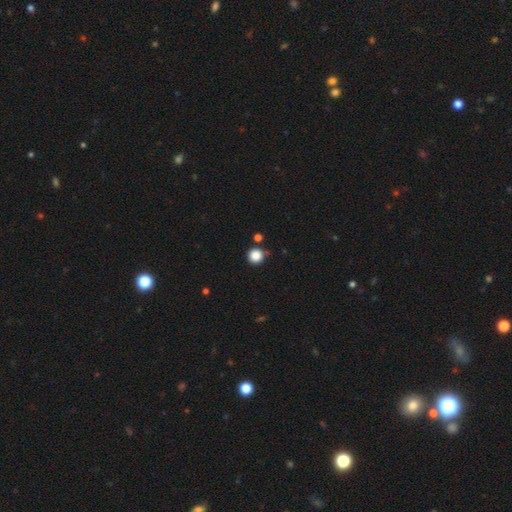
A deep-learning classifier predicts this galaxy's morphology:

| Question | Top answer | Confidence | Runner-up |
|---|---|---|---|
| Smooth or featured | smooth | 86% | star or artifact (11%) |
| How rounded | round | 95% | in between (4%) |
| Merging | none | 86% | minor disturbance (7%) |